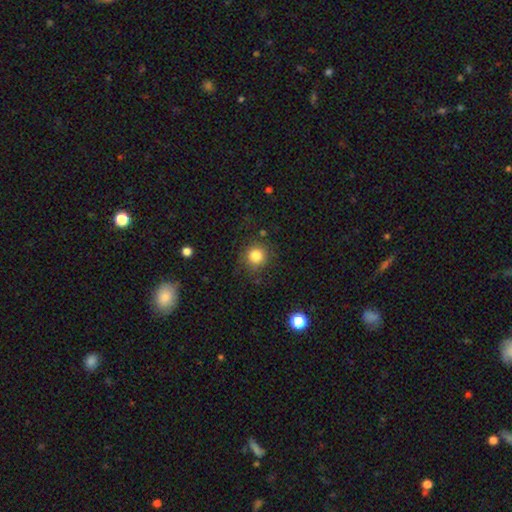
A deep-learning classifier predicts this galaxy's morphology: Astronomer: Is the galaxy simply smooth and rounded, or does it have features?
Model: smooth — 83%.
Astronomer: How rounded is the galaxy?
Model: round — 92%.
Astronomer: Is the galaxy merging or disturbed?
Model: none — 81%.